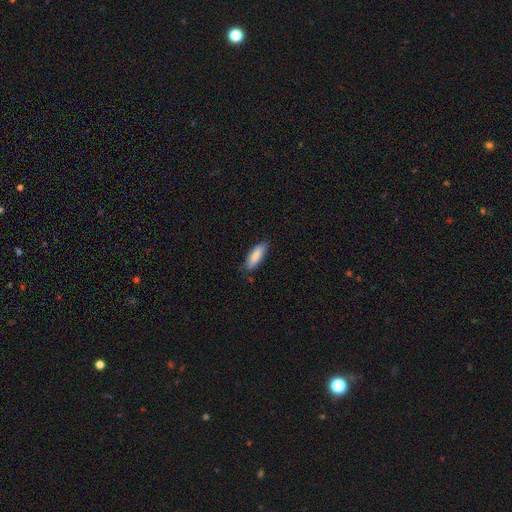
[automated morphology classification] The model was most divided on "how rounded": in between: 59%, cigar-shaped: 40%, round: 1%. More confident: smooth or featured — smooth (85%); merging — none (80%).